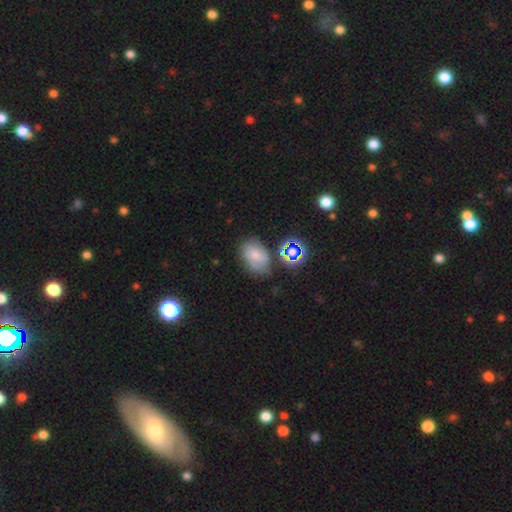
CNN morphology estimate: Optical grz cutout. It shows a smooth galaxy with no disk features (54%) that is in between round and cigar-shaped (77%). Merging: none (57%).